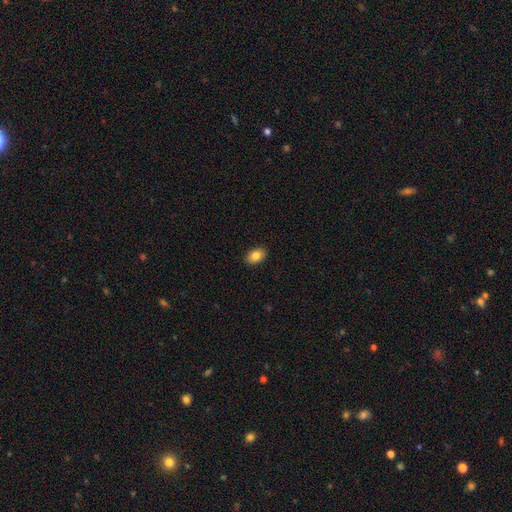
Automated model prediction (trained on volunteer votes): Smooth or featured: smooth — 84% (star or artifact — 8%)
How rounded: in between — 84% (round — 15%)
Merging: none — 90% (minor disturbance — 7%)